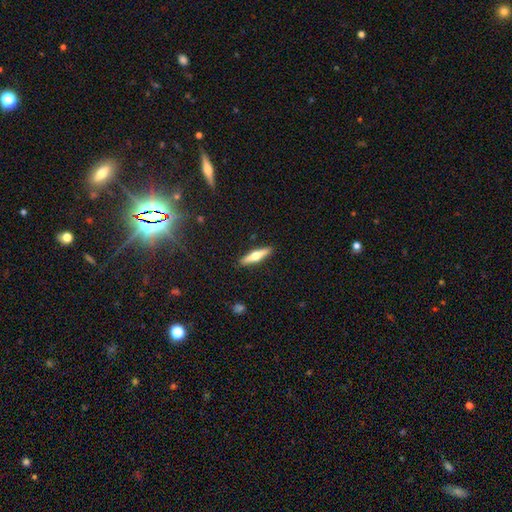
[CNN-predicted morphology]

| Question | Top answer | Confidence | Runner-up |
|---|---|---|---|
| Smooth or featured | featured or disk | 52% | smooth (42%) |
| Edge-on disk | yes | 94% | no (6%) |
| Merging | none | 91% | minor disturbance (7%) |